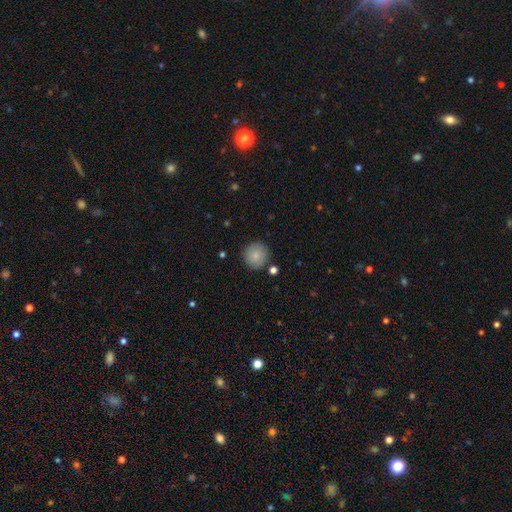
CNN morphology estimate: Smooth or featured? Predicted: smooth (p=0.84). How rounded? Predicted: round (p=0.94). Merging? Predicted: none (p=0.87).